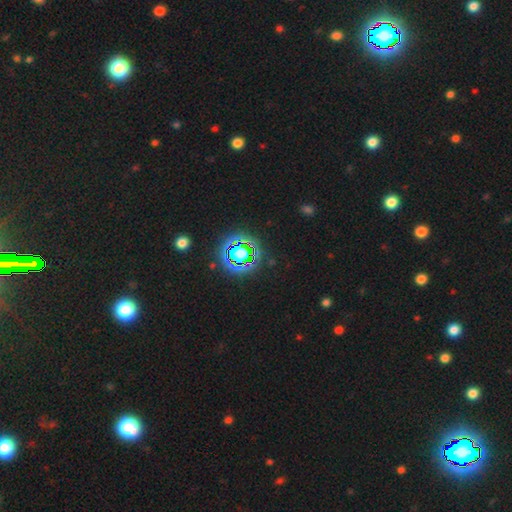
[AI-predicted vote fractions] A star or artifact, not a galaxy (82%).